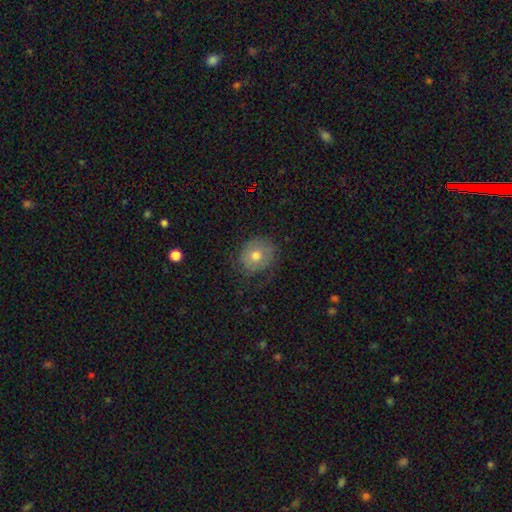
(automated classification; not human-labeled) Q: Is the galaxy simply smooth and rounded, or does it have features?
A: smooth — 57%.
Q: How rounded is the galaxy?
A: round — 77%.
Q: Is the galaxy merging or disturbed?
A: none — 64%.